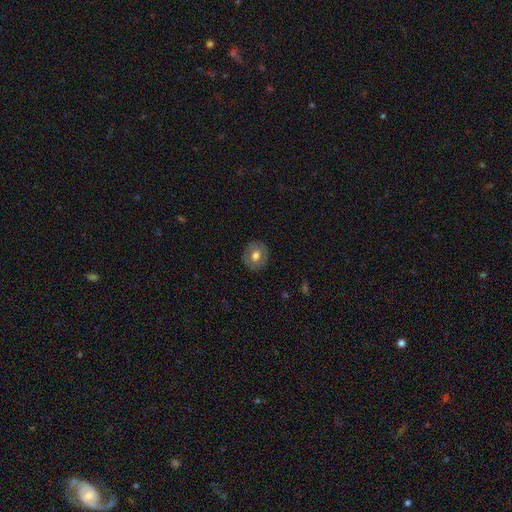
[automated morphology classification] This is possibly a smooth galaxy (59%). How rounded: likely round (75%). Merging: clearly none (86%).